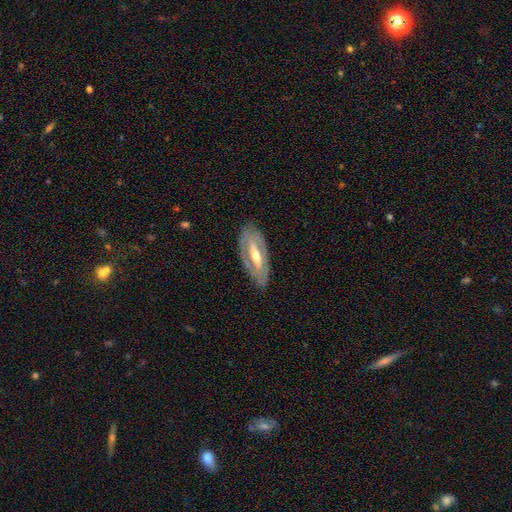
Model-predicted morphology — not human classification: This appears to be a featured or disk galaxy (77%) with a strong bar (41%), spiral arms (60%) and a moderate central bulge (66%). Merging: none (82%).